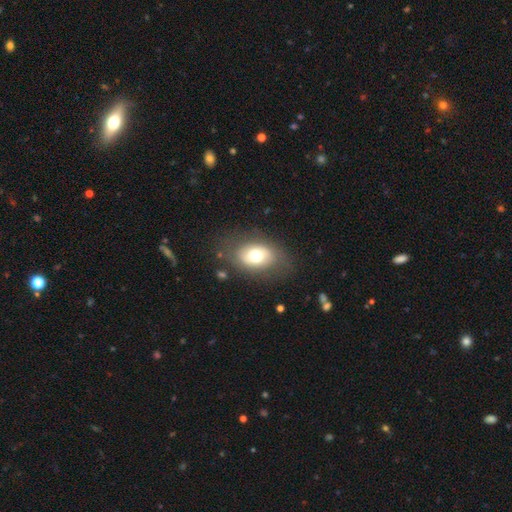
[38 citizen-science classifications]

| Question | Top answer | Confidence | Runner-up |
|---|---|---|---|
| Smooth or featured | smooth | 74% | featured or disk (21%) |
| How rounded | in between | 79% | round (21%) |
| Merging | none | 75% | minor disturbance (14%) |